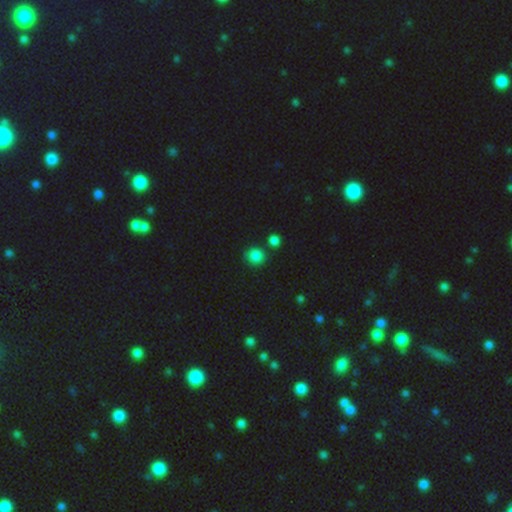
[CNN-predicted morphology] Smooth or featured?
  - smooth: 84% *
  - star or artifact: 12%
  - featured or disk: 4%
How rounded?
  - round: 82% *
  - in between: 17%
  - cigar-shaped: 1%
Merging?
  - none: 76% *
  - merger: 10%
  - minor disturbance: 10%
  - major disturbance: 3%